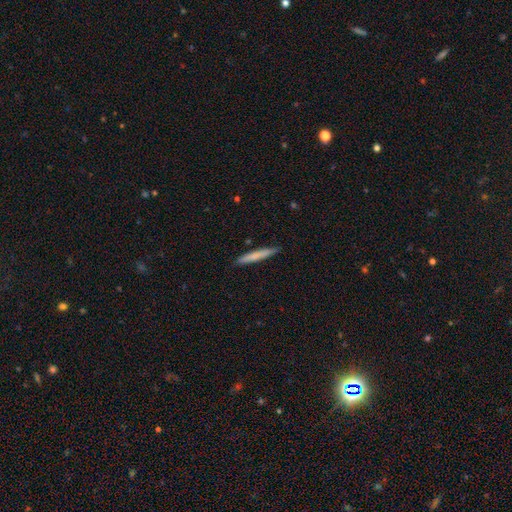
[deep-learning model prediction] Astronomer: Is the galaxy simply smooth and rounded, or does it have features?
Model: smooth — 73%.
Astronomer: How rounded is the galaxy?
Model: cigar-shaped — 96%.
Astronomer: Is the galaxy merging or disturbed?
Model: none — 90%.